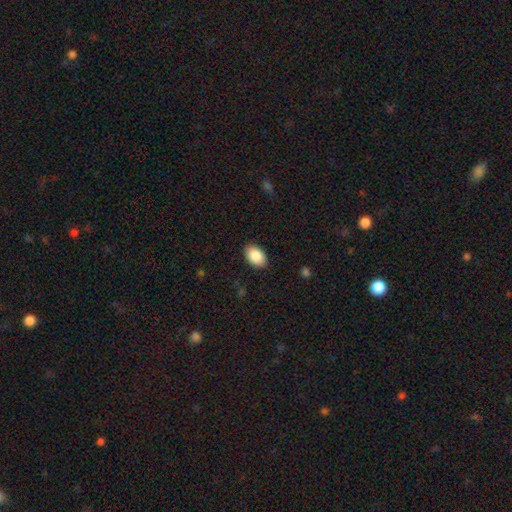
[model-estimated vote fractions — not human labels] Smooth or featured?
  - smooth: 89% *
  - star or artifact: 7%
  - featured or disk: 5%
How rounded?
  - in between: 91% *
  - round: 7%
  - cigar-shaped: 1%
Merging?
  - none: 88% *
  - minor disturbance: 9%
  - major disturbance: 2%
  - merger: 1%